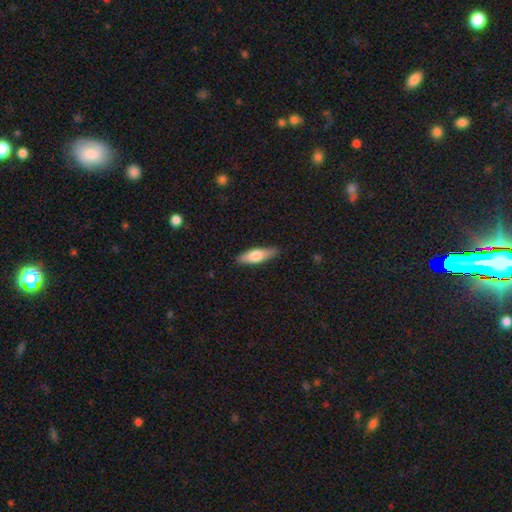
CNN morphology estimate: A smooth galaxy with no disk features (66%) that is cigar-shaped (53%). Merging: none (87%).